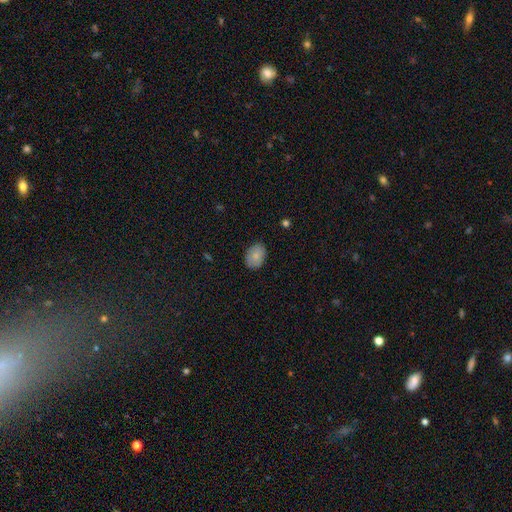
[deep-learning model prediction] This is clearly a smooth galaxy (81%). How rounded: likely in between (75%). Merging: clearly none (84%).